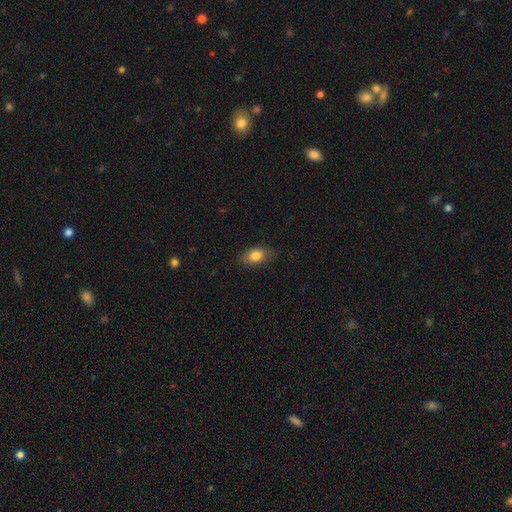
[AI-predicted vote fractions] Smooth or featured?
  - smooth: 82% *
  - featured or disk: 10%
  - star or artifact: 8%
How rounded?
  - in between: 86% *
  - round: 11%
  - cigar-shaped: 3%
Merging?
  - none: 82% *
  - minor disturbance: 14%
  - major disturbance: 3%
  - merger: 1%